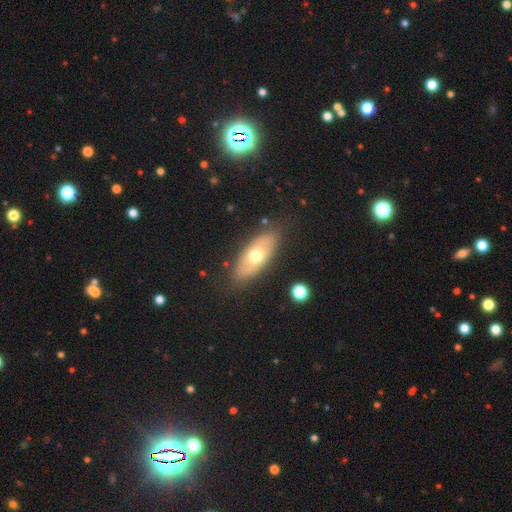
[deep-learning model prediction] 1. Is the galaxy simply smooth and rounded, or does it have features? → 55% smooth, 38% featured or disk, 7% star or artifact.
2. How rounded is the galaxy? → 81% in between, 15% cigar-shaped, 4% round.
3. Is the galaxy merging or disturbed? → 84% none, 11% minor disturbance, 3% major disturbance, 2% merger.